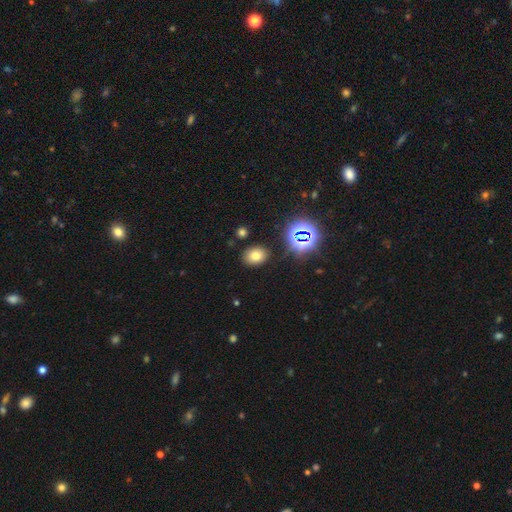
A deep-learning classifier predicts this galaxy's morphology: A smooth galaxy with no disk features (72%) that is in between round and cigar-shaped (63%). Merging: none (85%).